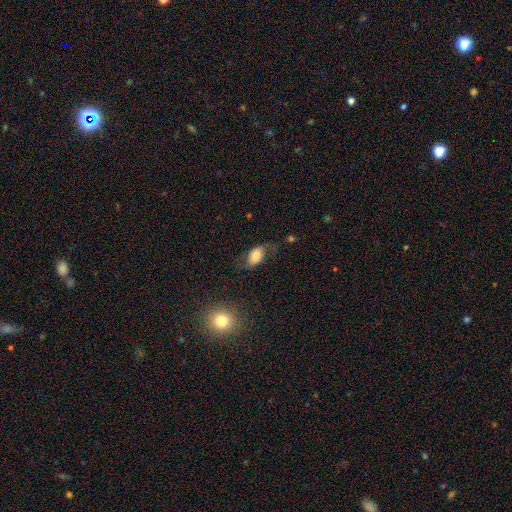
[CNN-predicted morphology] smooth-or-featured: smooth: 62% | featured or disk: 29% | star or artifact: 9%
  how-rounded: in between: 90% | round: 8% | cigar-shaped: 2%
  merging: none: 51% | minor disturbance: 26% | major disturbance: 20% | merger: 3%